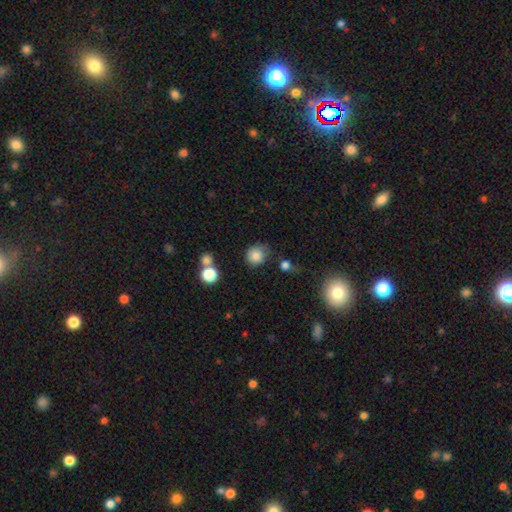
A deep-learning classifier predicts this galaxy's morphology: This appears to be a smooth galaxy with no disk features (82%) that is round (79%). Merging: none (65%).